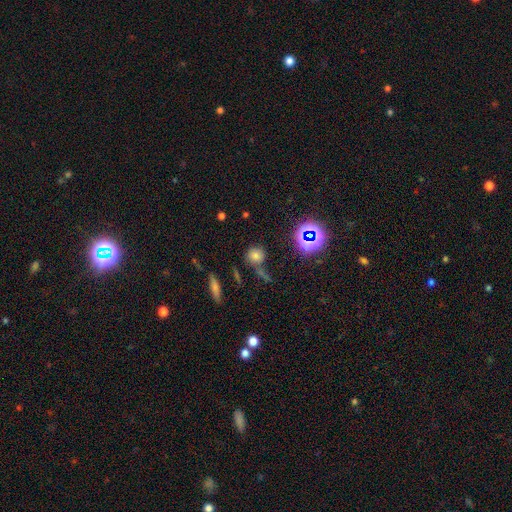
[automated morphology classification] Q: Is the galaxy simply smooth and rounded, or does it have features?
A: smooth — 66%.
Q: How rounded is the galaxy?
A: round — 85%.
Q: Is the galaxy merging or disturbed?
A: none — 67%.